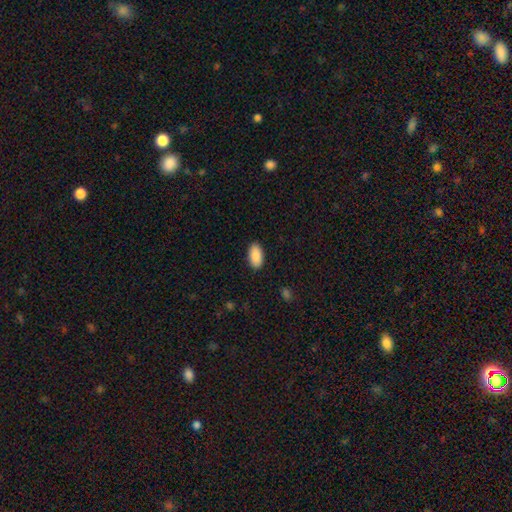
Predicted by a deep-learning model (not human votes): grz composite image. It shows a smooth galaxy with no disk features (91%) that is in between round and cigar-shaped (95%). Merging: none (89%).